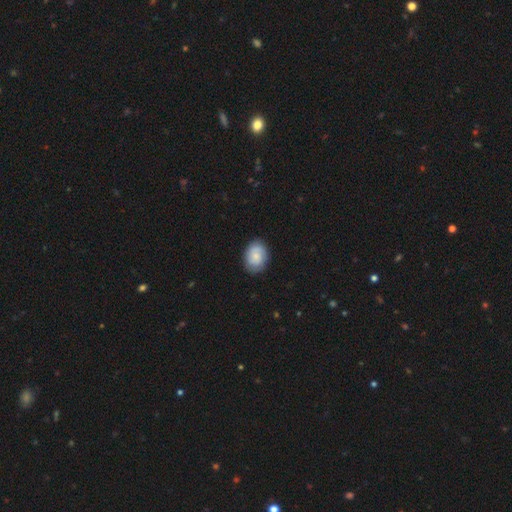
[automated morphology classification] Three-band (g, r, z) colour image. It shows a smooth galaxy with no disk features (58%) that is in between round and cigar-shaped (62%). Merging: none (83%).